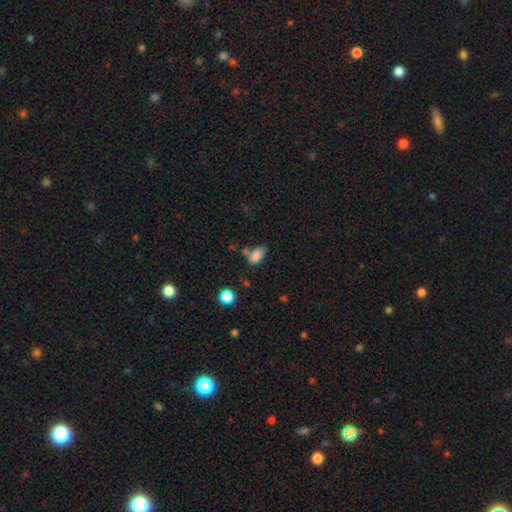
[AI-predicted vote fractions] smooth_or_featured: smooth (p=0.80) [alt: star or artifact p=0.11]
how_rounded: in between (p=0.88) [alt: round p=0.10]
merging: none (p=0.46) [alt: minor disturbance p=0.26]